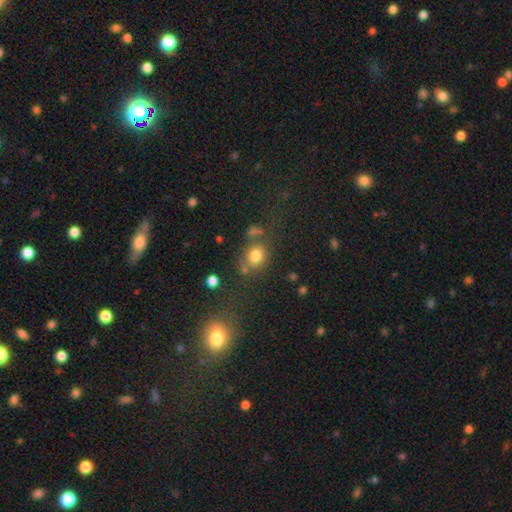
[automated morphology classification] A smooth galaxy with no disk features (76%) that is round (68%).

Vote fractions:
- Smooth or featured? smooth: 76% / star or artifact: 15% / featured or disk: 9%
- How rounded? round: 68% / in between: 31% / cigar-shaped: 1%
- Merging? none: 62% / minor disturbance: 15% / merger: 14% / major disturbance: 9%